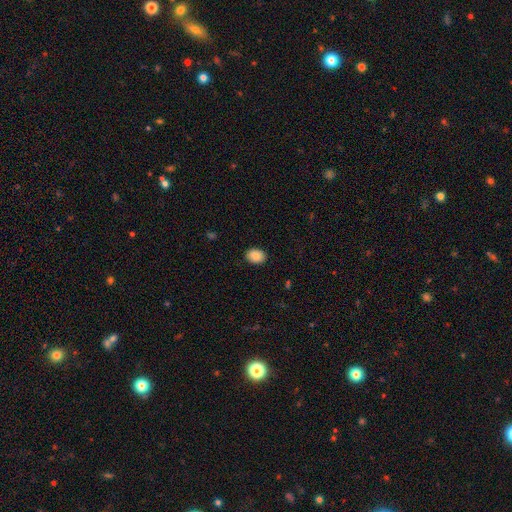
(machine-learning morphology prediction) Smooth or featured? Predicted: smooth (p=0.89). How rounded? Predicted: in between (p=0.72). Merging? Predicted: none (p=0.89).